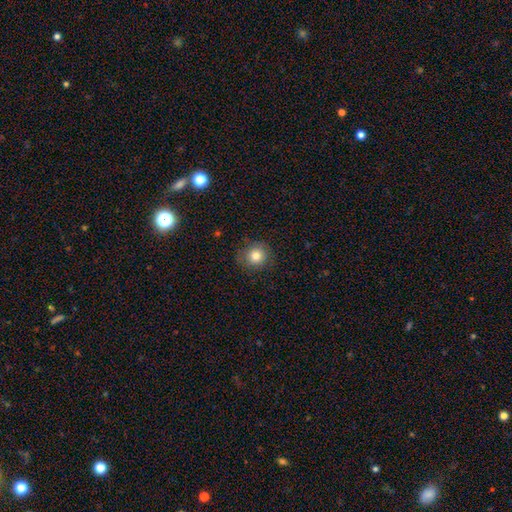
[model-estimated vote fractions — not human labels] This is clearly a smooth galaxy (80%). How rounded: clearly round (88%). Merging: clearly none (83%).